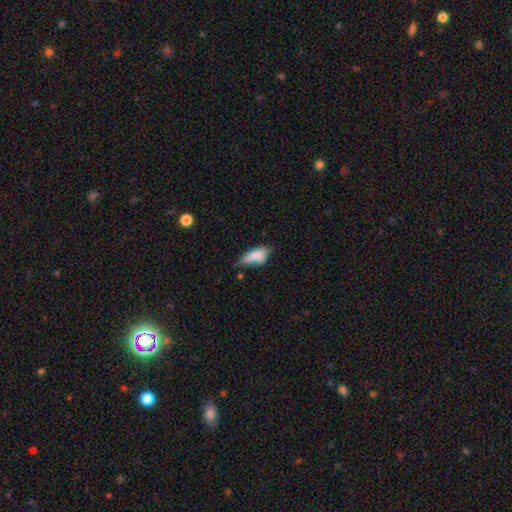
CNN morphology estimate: smooth 78%, featured or disk 14%, star or artifact 8%. Down the decision tree: how rounded — in between (79%); merging — minor disturbance (41%).